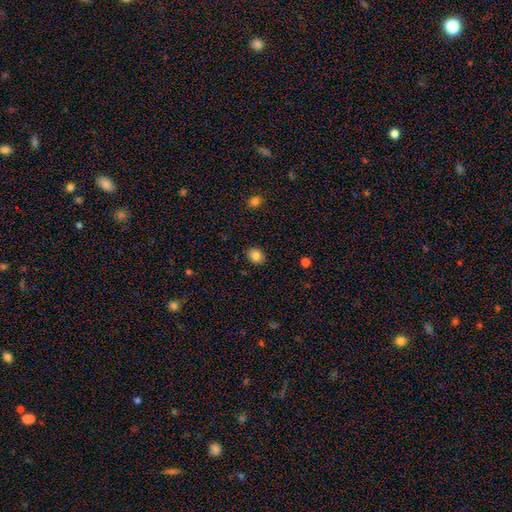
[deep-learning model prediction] The model was most divided on "how rounded": round: 55%, in between: 45%, cigar-shaped: 1%. More confident: merging — none (88%); smooth or featured — smooth (84%).